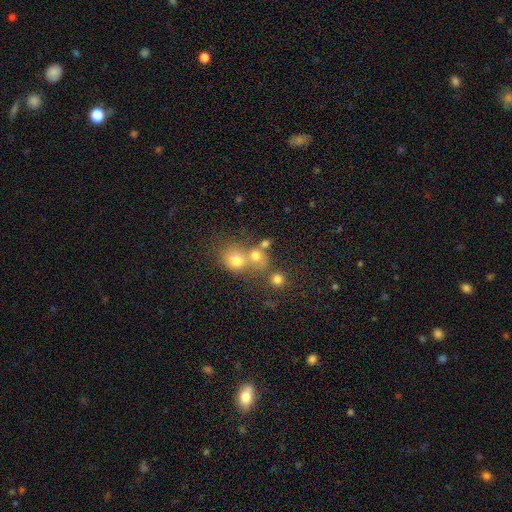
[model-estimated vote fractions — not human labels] Q: Smooth or featured?
A: smooth (71%); runner-up: star or artifact (16%)
Q: How rounded?
A: round (74%); runner-up: in between (25%)
Q: Merging?
A: merger (49%); runner-up: none (39%)